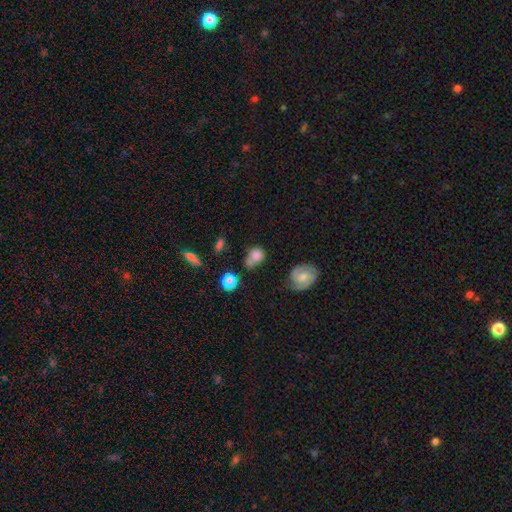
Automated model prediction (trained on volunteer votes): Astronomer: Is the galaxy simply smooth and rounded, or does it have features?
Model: smooth — 74%.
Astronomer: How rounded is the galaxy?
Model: round — 64%.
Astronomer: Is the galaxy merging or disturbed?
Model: none — 41% (runner-up: merger, 24%).